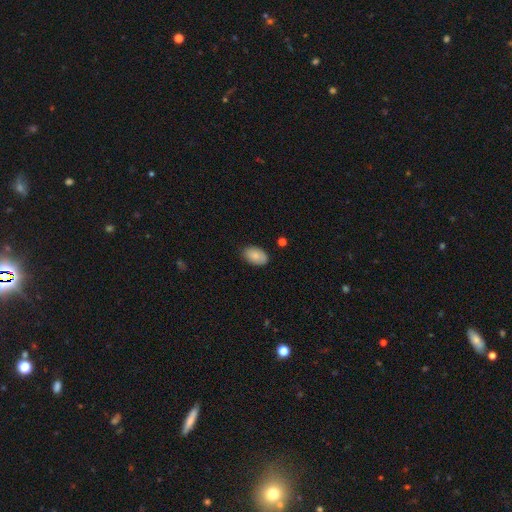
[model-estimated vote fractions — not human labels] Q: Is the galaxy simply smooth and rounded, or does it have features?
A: smooth — 84%.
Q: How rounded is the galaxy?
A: in between — 92%.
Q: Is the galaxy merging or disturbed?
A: none — 82%.